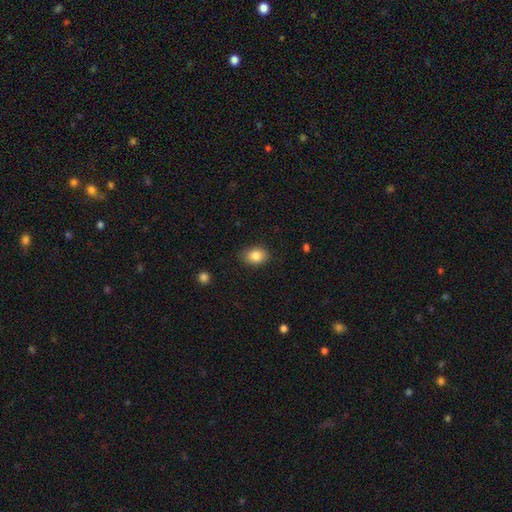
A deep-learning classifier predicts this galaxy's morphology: Smooth or featured? Predicted: smooth (p=0.84). How rounded? Predicted: in between (p=0.70). Merging? Predicted: none (p=0.82).